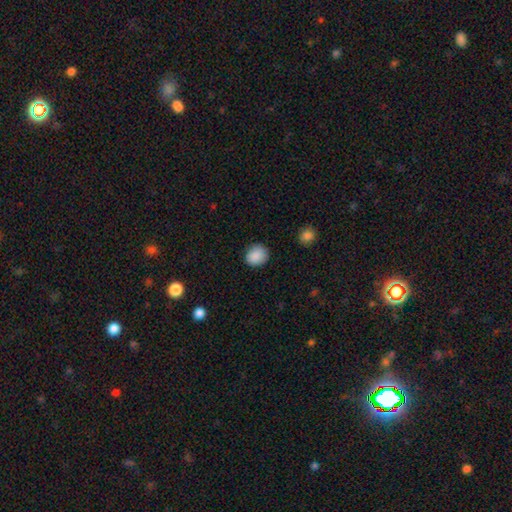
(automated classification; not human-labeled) Smooth or featured? smooth (89%)
How rounded? round (71%)
Merging? none (83%)